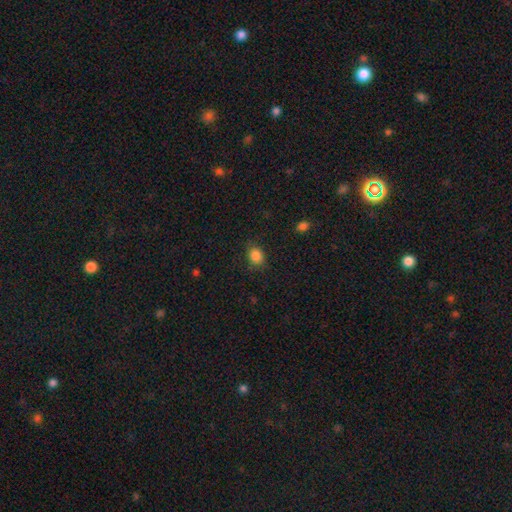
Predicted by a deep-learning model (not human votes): smooth 85%, star or artifact 11%, featured or disk 4%. Down the decision tree: how rounded — round (55%); merging — none (81%).